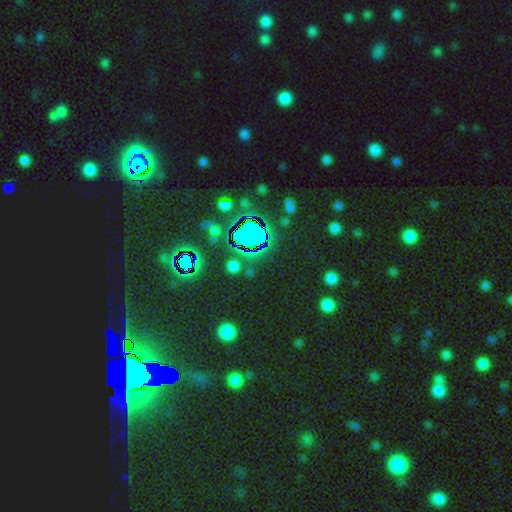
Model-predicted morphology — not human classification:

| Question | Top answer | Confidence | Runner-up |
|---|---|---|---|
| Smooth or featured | star or artifact | 84% | smooth (9%) |